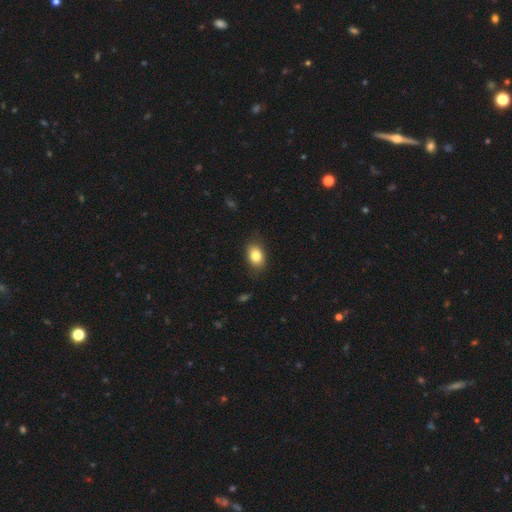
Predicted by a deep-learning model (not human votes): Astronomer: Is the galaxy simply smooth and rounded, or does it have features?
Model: smooth — 83%.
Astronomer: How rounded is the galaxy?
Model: in between — 81%.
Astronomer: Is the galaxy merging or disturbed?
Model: none — 83%.